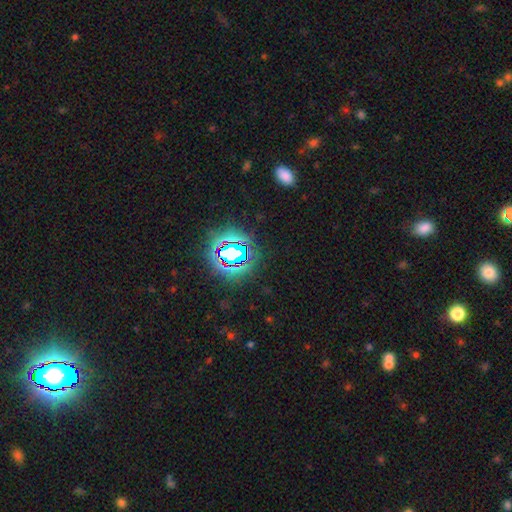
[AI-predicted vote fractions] star or artifact 77%, smooth 14%, featured or disk 9%.